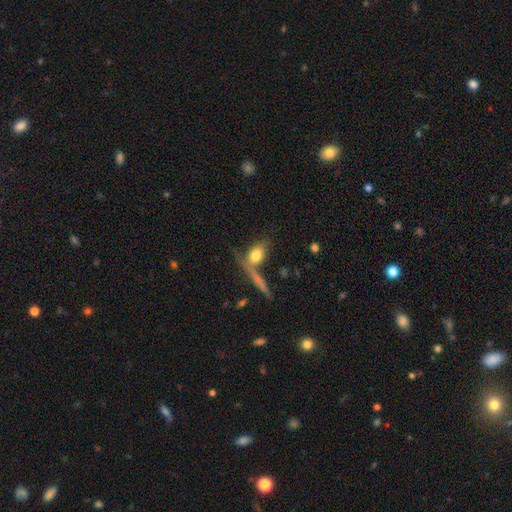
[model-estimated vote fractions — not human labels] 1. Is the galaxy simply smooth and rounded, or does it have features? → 74% smooth, 17% featured or disk, 8% star or artifact.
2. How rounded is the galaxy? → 70% in between, 21% round, 9% cigar-shaped.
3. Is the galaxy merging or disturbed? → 45% none, 28% merger, 16% minor disturbance, 12% major disturbance.